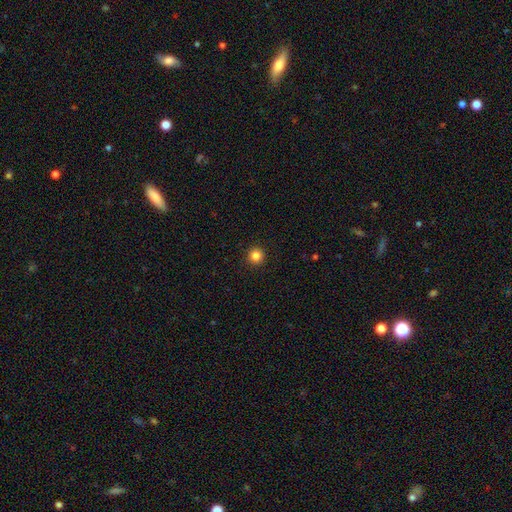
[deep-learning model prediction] The model was most divided on "smooth or featured": smooth: 84%, star or artifact: 12%, featured or disk: 4%. More confident: how rounded — round (96%); merging — none (93%).